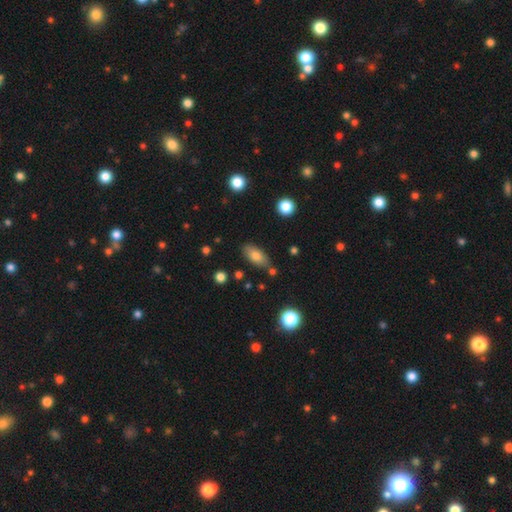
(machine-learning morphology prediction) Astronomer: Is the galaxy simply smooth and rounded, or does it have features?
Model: smooth — 77%.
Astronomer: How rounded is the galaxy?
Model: in between — 86%.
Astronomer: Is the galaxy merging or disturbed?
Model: none — 78%.